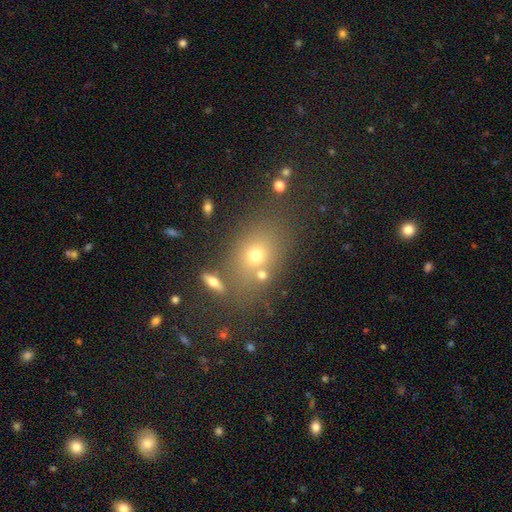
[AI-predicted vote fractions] smooth_or_featured: smooth (p=0.65) [alt: star or artifact p=0.18]
how_rounded: in between (p=0.62) [alt: round p=0.35]
merging: none (p=0.66) [alt: merger p=0.15]